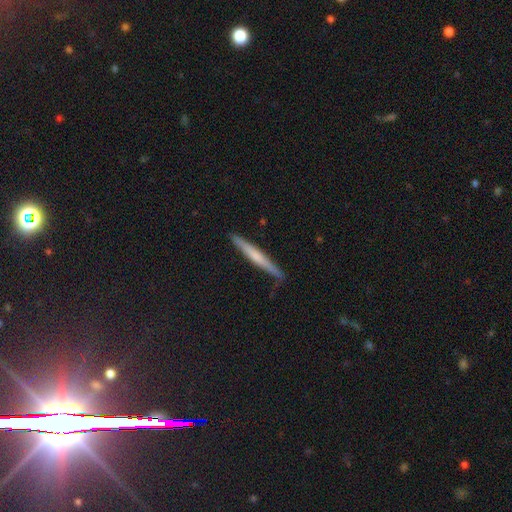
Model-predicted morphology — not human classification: Smooth or featured? Predicted: featured or disk (p=0.47, tied with smooth). Merging? Predicted: none (p=0.83).